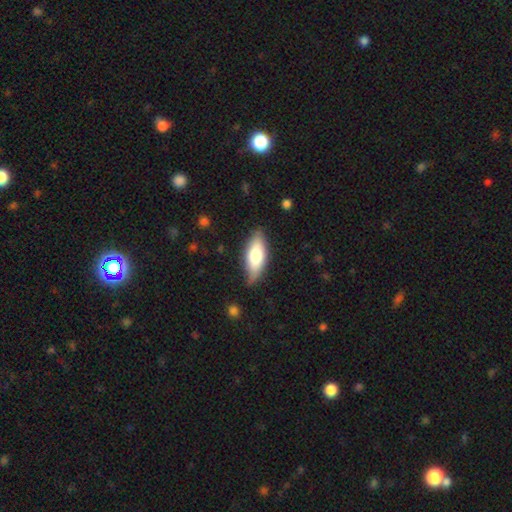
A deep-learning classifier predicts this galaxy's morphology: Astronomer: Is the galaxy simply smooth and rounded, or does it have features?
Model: smooth — 67%.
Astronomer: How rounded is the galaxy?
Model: in between — 73%.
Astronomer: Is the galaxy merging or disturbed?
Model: none — 78%.